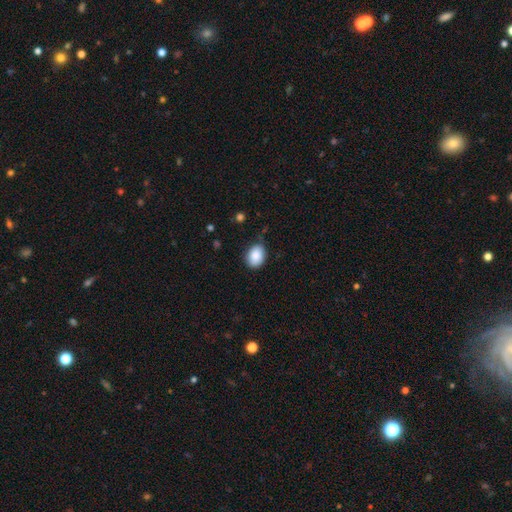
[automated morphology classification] type=smooth (87%); roundness=in between (65%); merging=none (75%).